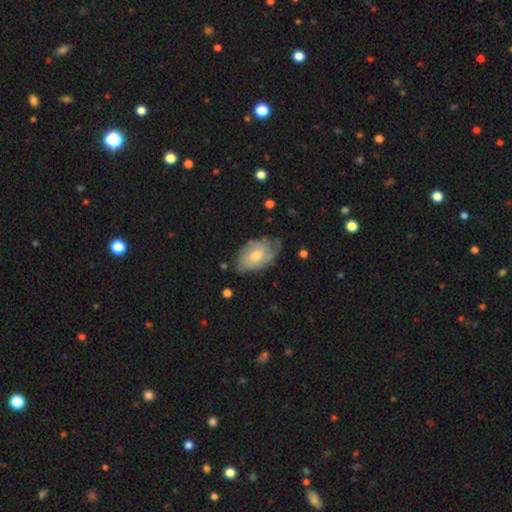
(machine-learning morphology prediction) A featured or disk galaxy (51%). Merging: none (61%).